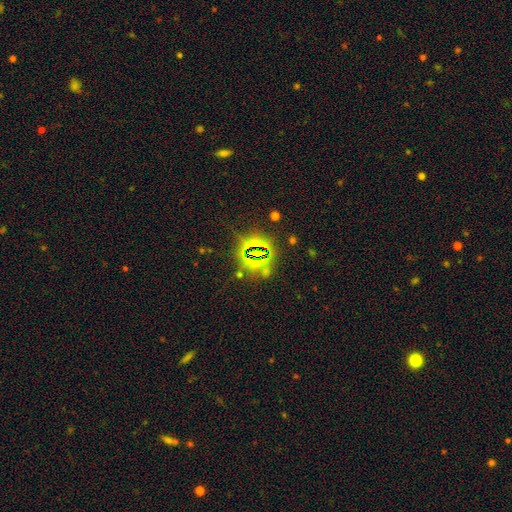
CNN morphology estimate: Smooth or featured: star or artifact — 76% (smooth — 15%)